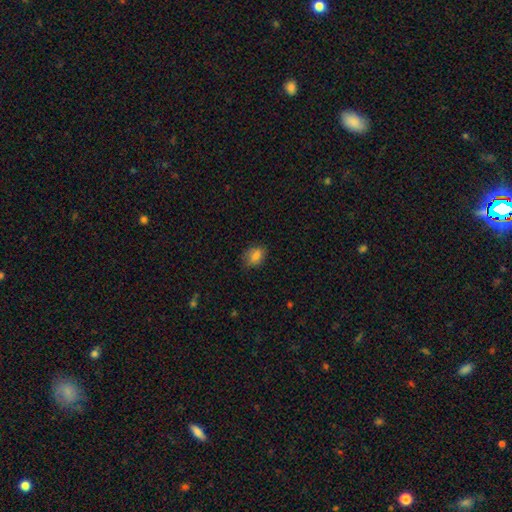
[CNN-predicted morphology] smooth 82%, star or artifact 10%, featured or disk 8%. Down the decision tree: how rounded — in between (69%); merging — none (78%).